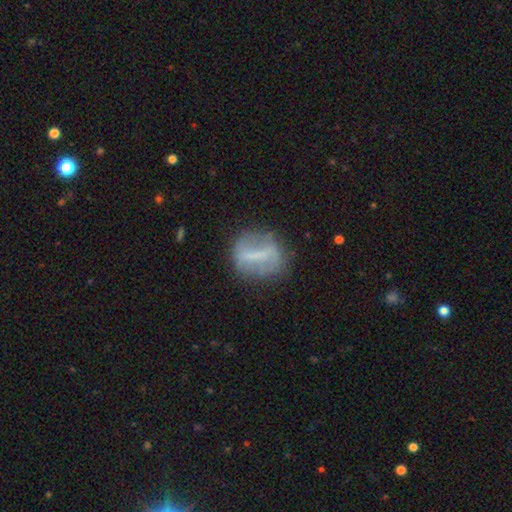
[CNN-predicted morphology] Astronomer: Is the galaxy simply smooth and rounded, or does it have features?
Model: featured or disk — 56% (runner-up: smooth, 35%).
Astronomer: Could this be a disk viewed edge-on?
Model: no — 88%.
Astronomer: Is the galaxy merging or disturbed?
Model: none — 72%.